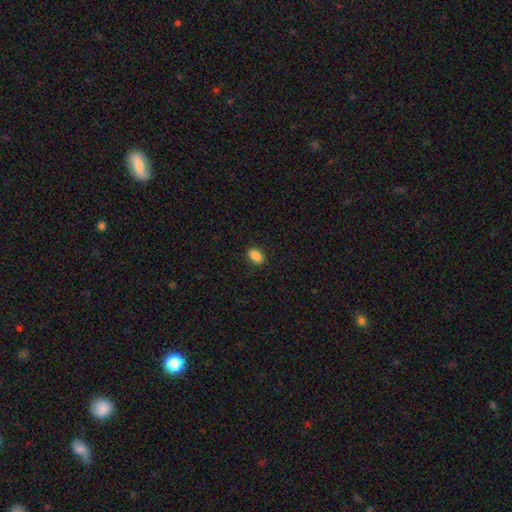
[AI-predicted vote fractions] A smooth galaxy with no disk features (88%) that is in between round and cigar-shaped (87%).

Vote fractions:
- Smooth or featured? smooth: 88% / star or artifact: 8% / featured or disk: 4%
- How rounded? in between: 87% / round: 11% / cigar-shaped: 2%
- Merging? none: 88% / minor disturbance: 9% / major disturbance: 2% / merger: 1%